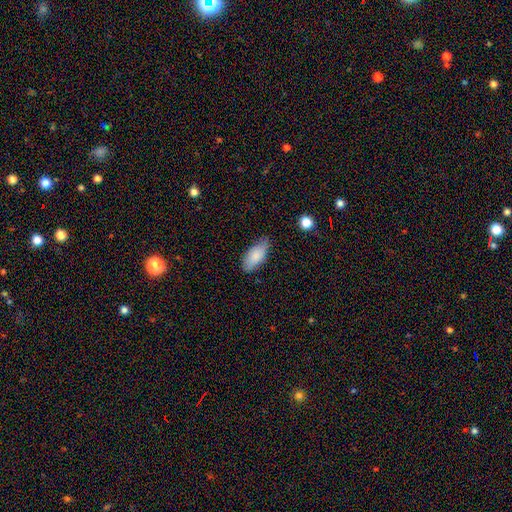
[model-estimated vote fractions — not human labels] Smooth or featured: smooth — 83% (featured or disk — 11%)
How rounded: in between — 90% (cigar-shaped — 7%)
Merging: none — 64% (minor disturbance — 30%)